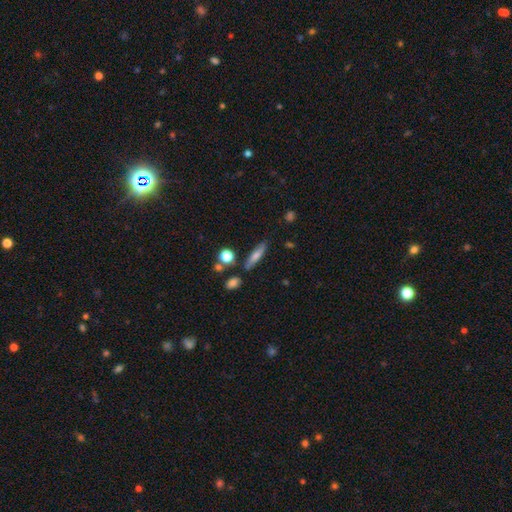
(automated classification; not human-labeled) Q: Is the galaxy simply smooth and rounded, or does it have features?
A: smooth — 50%.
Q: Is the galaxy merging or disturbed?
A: none — 80%.